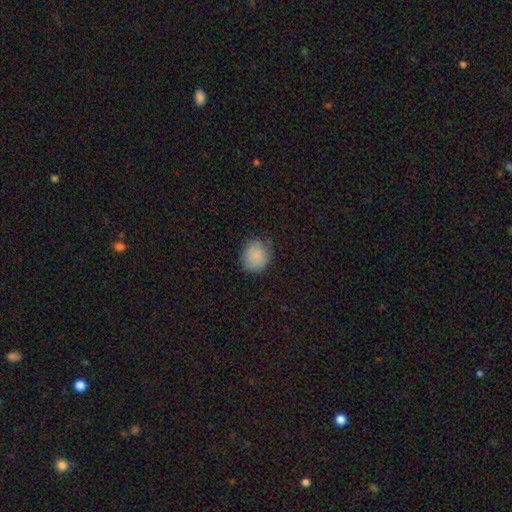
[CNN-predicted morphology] smooth_or_featured: smooth (p=0.86) [alt: star or artifact p=0.09]
how_rounded: round (p=0.79) [alt: in between p=0.20]
merging: none (p=0.79) [alt: minor disturbance p=0.17]